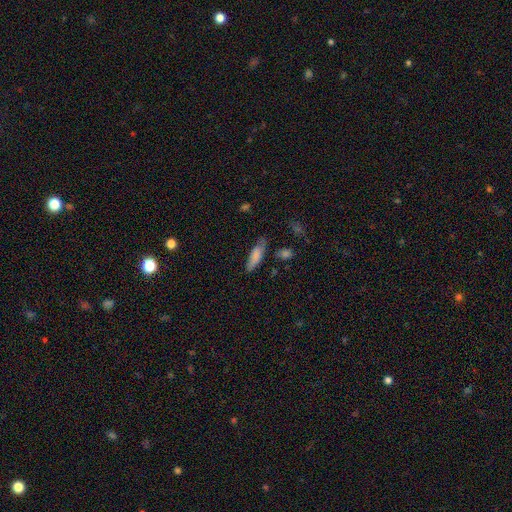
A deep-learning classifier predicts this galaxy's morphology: Q: Smooth or featured?
A: smooth (78%); runner-up: featured or disk (15%)
Q: How rounded?
A: cigar-shaped (52%); runner-up: in between (46%)
Q: Merging?
A: none (59%); runner-up: minor disturbance (28%)